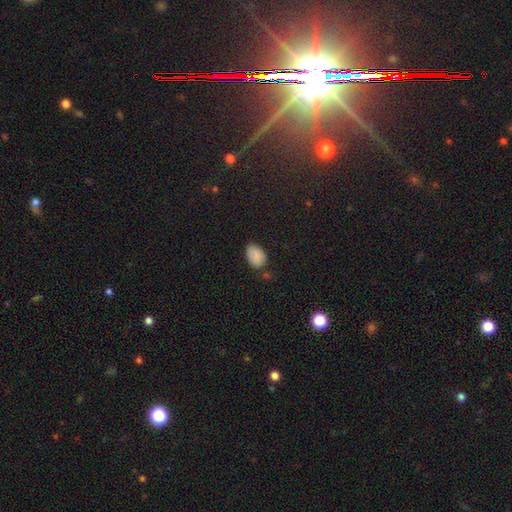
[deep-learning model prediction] Smooth or featured?
  - smooth: 84% *
  - star or artifact: 9%
  - featured or disk: 7%
How rounded?
  - in between: 89% *
  - round: 10%
  - cigar-shaped: 1%
Merging?
  - none: 71% *
  - minor disturbance: 21%
  - merger: 4%
  - major disturbance: 4%